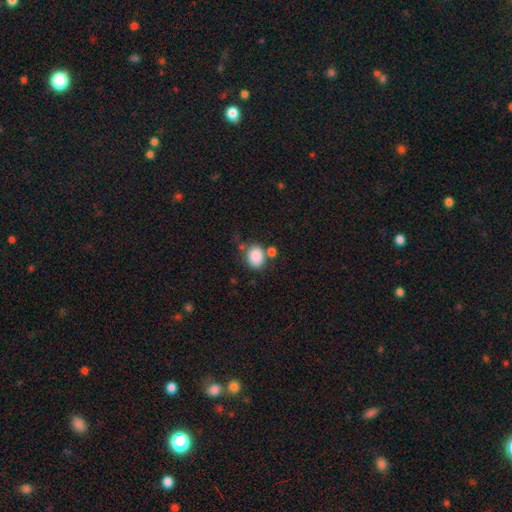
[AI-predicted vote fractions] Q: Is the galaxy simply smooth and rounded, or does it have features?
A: smooth — 86%.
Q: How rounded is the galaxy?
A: in between — 54%.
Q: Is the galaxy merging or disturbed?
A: none — 63%.